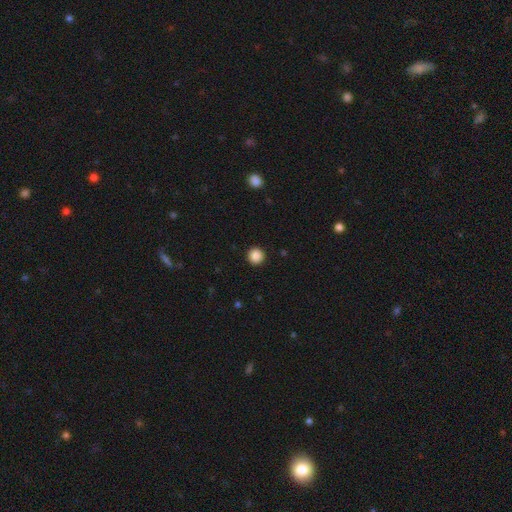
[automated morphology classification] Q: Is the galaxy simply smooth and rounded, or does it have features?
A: smooth — 88%.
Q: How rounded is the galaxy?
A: round — 95%.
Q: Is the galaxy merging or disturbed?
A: none — 93%.